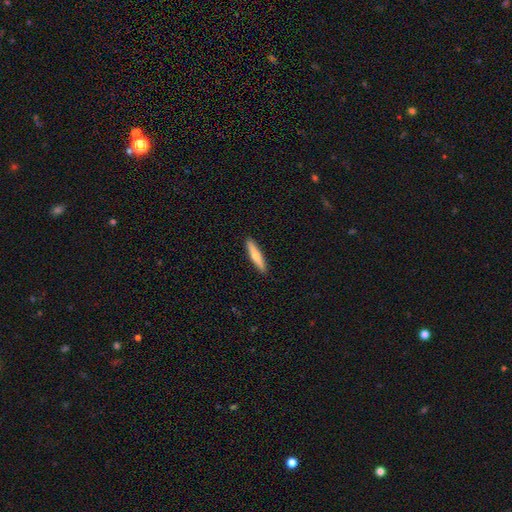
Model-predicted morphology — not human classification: This appears to be a smooth galaxy with no disk features (67%) that is cigar-shaped (89%). Merging: none (91%).